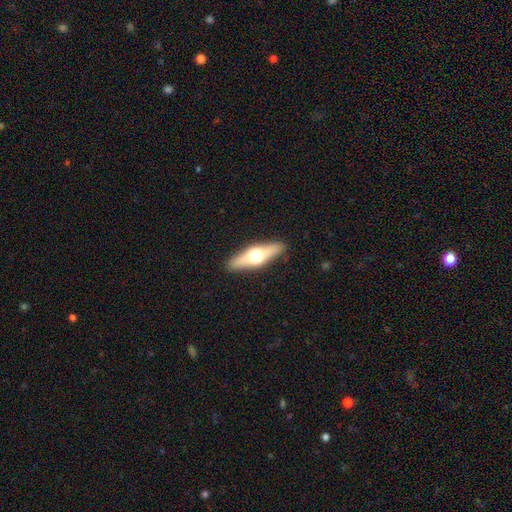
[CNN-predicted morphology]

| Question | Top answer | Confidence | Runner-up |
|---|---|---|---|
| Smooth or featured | featured or disk | 56% | smooth (38%) |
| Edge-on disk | yes | 91% | no (9%) |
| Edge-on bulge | rounded | 95% | boxy (3%) |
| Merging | none | 89% | minor disturbance (8%) |